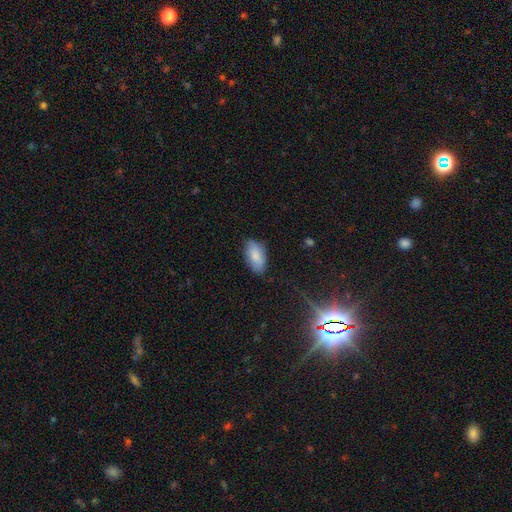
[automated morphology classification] A smooth galaxy with no disk features (83%) that is in between round and cigar-shaped (93%).

Vote fractions:
- Smooth or featured? smooth: 83% / featured or disk: 10% / star or artifact: 7%
- How rounded? in between: 93% / cigar-shaped: 4% / round: 3%
- Merging? none: 80% / minor disturbance: 16% / major disturbance: 3% / merger: 1%